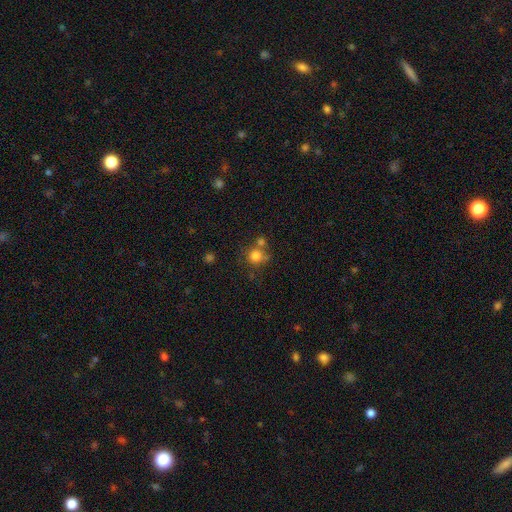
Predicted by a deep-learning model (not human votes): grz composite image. It shows a smooth galaxy with no disk features (79%) that is round (88%). Merging: none (55%).